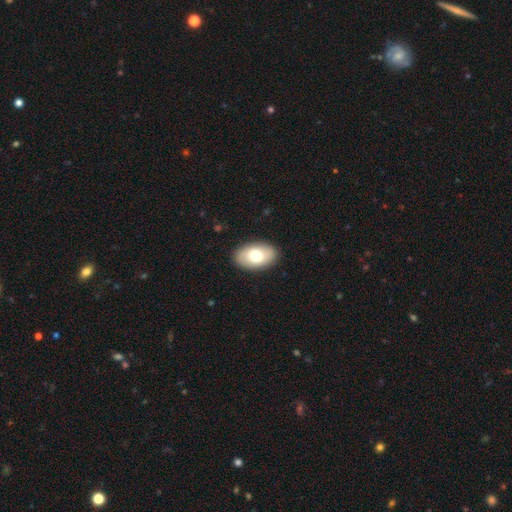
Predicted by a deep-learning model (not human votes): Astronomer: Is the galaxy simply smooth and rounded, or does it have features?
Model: smooth — 73%.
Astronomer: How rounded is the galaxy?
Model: in between — 93%.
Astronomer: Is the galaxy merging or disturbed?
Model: none — 89%.